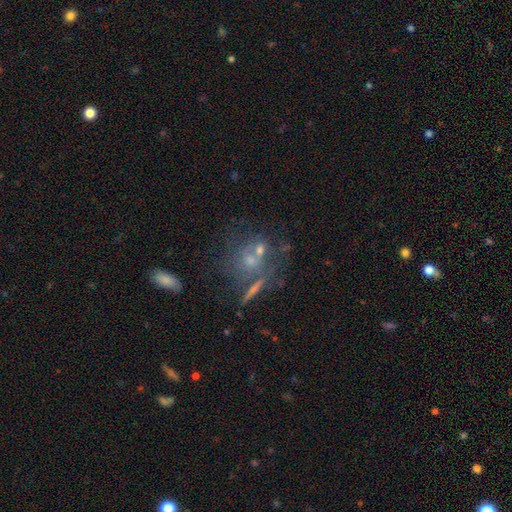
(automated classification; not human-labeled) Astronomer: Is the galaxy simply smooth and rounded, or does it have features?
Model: featured or disk — 37% (runner-up: smooth, 34%).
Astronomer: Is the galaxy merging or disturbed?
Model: none — 47% (runner-up: merger, 29%).